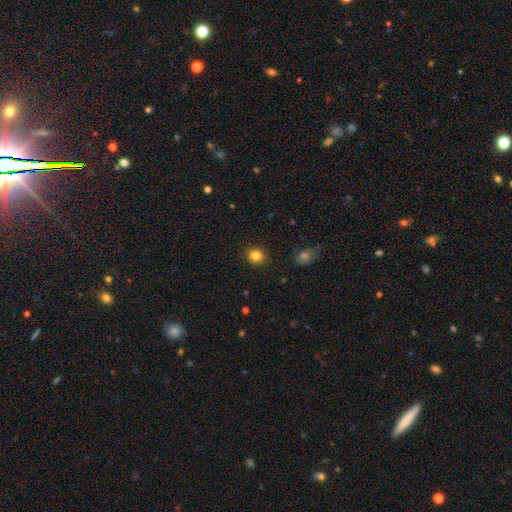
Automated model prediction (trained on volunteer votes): smooth-or-featured: smooth: 83% | star or artifact: 11% | featured or disk: 6%
  how-rounded: round: 74% | in between: 25% | cigar-shaped: 1%
  merging: none: 90% | minor disturbance: 7% | major disturbance: 2% | merger: 1%